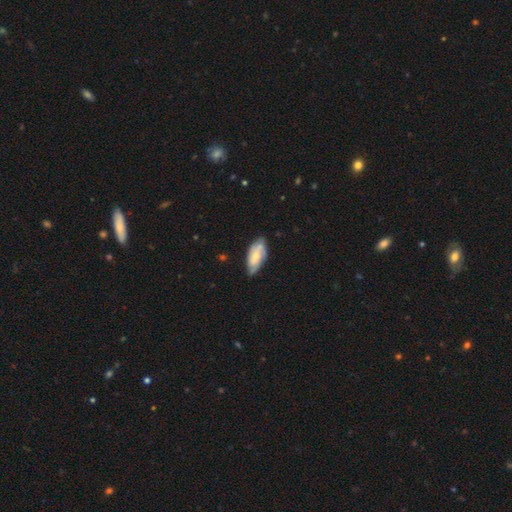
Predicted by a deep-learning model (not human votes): Smooth or featured? featured or disk (53%)
Edge-on disk? no (91%)
Merging? none (67%)